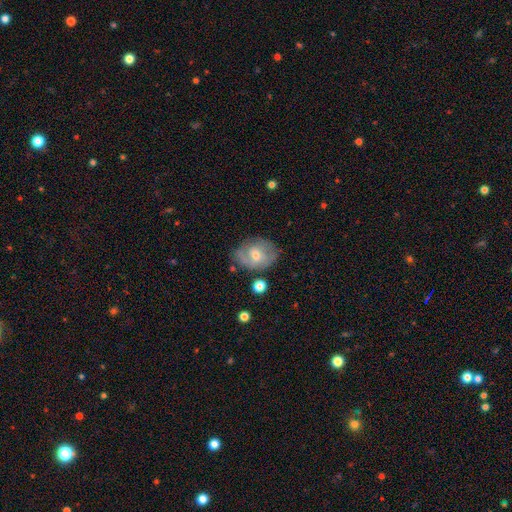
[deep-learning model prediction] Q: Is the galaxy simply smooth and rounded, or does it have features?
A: featured or disk — 58%.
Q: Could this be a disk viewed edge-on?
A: no — 96%.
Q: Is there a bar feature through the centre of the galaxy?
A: no — 51%.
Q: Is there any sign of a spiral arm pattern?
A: yes — 73%.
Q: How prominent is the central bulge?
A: moderate — 51%.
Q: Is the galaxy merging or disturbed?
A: none — 64%.